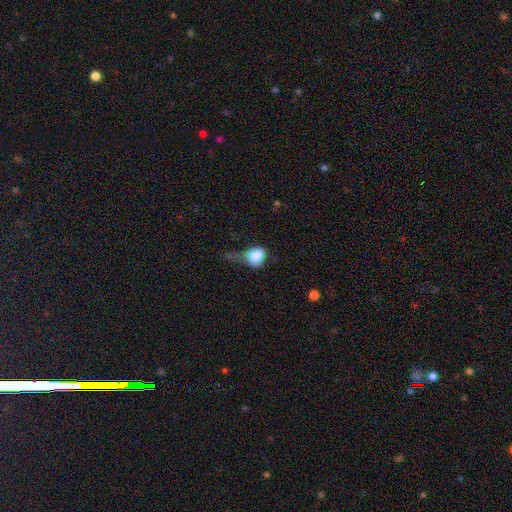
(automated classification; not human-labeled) smooth 80%, featured or disk 11%, star or artifact 9%. Down the decision tree: how rounded — round (58%); merging — major disturbance (39%).